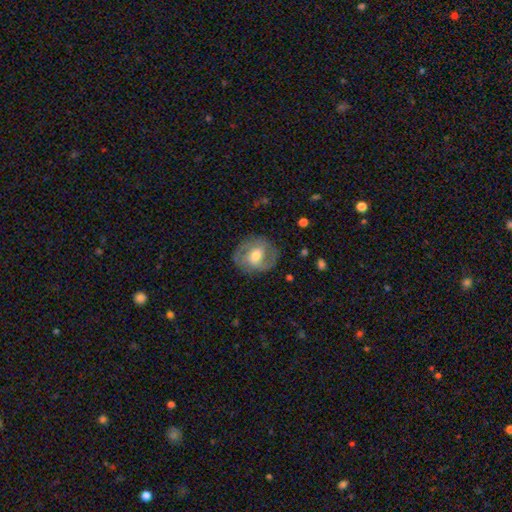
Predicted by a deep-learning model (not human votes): featured or disk 61%, smooth 33%, star or artifact 6%. Down the decision tree: edge-on disk — no (96%); bar — weak (42%); spiral arms — yes (70%); bulge size — moderate (65%); merging — none (77%).